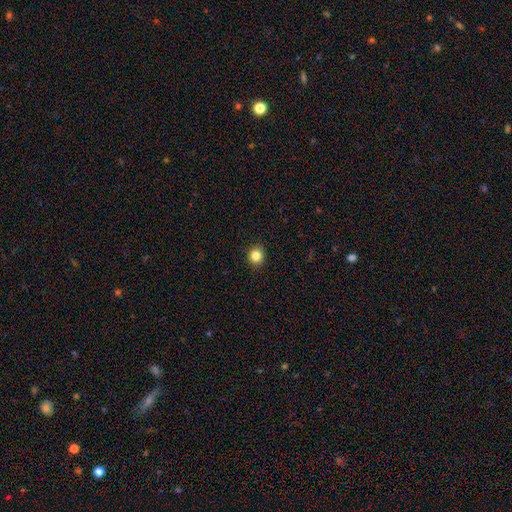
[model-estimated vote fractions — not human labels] A smooth galaxy with no disk features (84%) that is round (86%). Merging: none (92%).